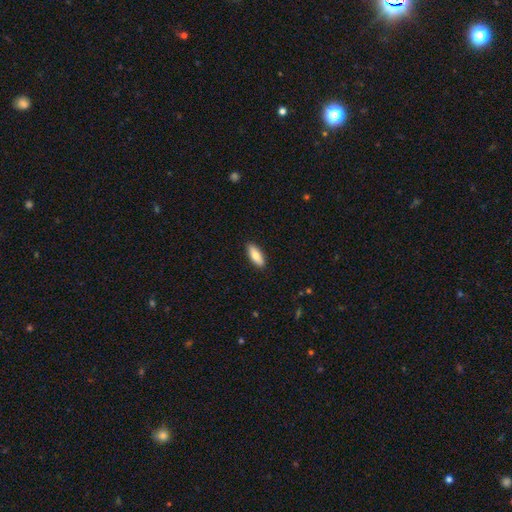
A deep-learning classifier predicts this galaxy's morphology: The model was most divided on "how rounded": in between: 70%, cigar-shaped: 28%, round: 2%. More confident: merging — none (90%); smooth or featured — smooth (82%).